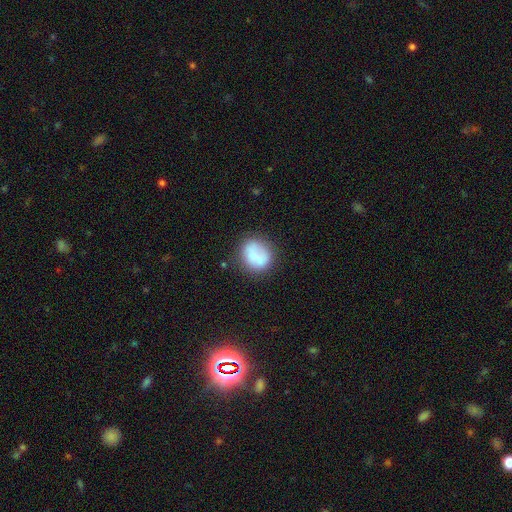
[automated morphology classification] smooth 77%, featured or disk 14%, star or artifact 9%. Down the decision tree: how rounded — round (72%); merging — none (63%).